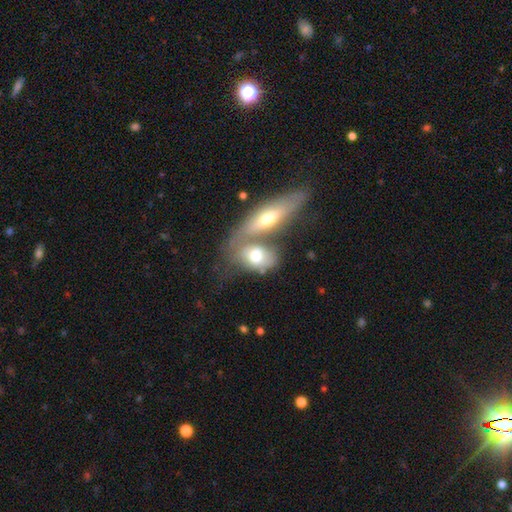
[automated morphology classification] Smooth or featured?
  - smooth: 62% *
  - featured or disk: 31%
  - star or artifact: 6%
How rounded?
  - in between: 77% *
  - round: 15%
  - cigar-shaped: 7%
Merging?
  - merger: 55% *
  - none: 27%
  - minor disturbance: 11%
  - major disturbance: 7%